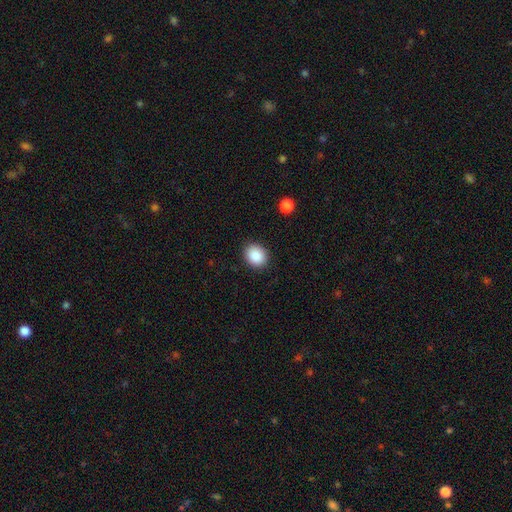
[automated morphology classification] type=smooth (89%); roundness=round (57%); merging=none (89%).